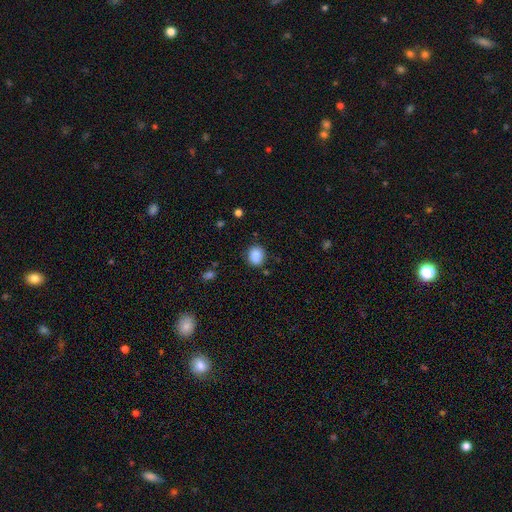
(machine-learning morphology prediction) smooth-or-featured: smooth: 87% | star or artifact: 9% | featured or disk: 4%
  how-rounded: round: 56% | in between: 43% | cigar-shaped: 1%
  merging: none: 79% | minor disturbance: 15% | major disturbance: 4% | merger: 3%